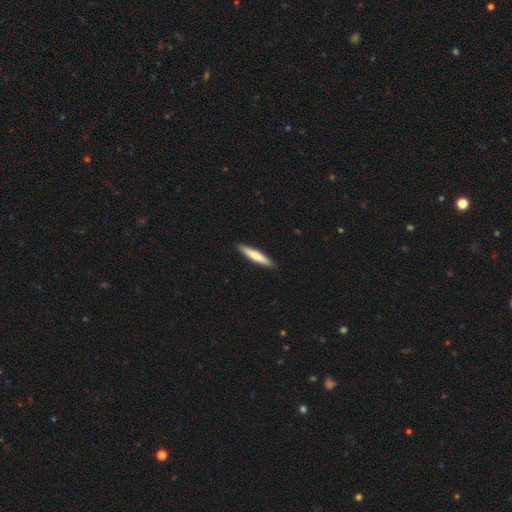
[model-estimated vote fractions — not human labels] Q: Smooth or featured?
A: smooth (68%); runner-up: featured or disk (27%)
Q: How rounded?
A: cigar-shaped (90%); runner-up: in between (8%)
Q: Merging?
A: none (91%); runner-up: minor disturbance (6%)